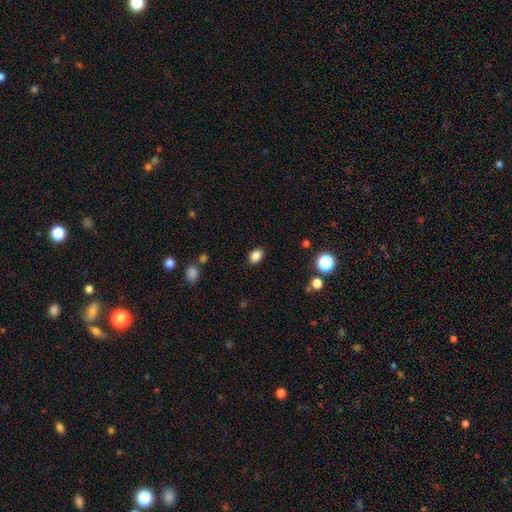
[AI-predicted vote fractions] Smooth or featured?
  - smooth: 85% *
  - star or artifact: 11%
  - featured or disk: 4%
How rounded?
  - in between: 78% *
  - round: 21%
  - cigar-shaped: 1%
Merging?
  - none: 88% *
  - minor disturbance: 8%
  - major disturbance: 2%
  - merger: 1%